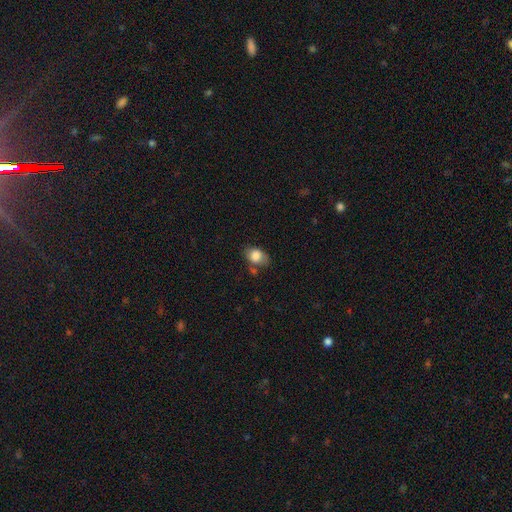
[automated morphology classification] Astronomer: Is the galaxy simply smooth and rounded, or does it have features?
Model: smooth — 81%.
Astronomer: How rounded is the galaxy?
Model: in between — 76%.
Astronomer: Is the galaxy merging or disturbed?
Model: none — 59%.